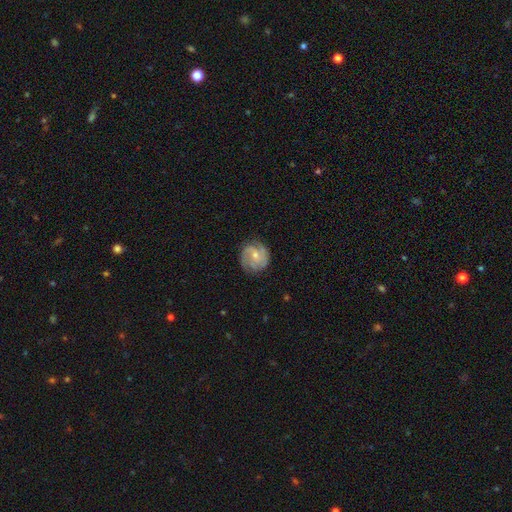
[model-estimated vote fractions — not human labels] A featured or disk galaxy (78%) with no bar (62%), 2 (41%) tight (48%) spiral arms (95%) and a small central bulge (55%). Merging: none (77%).